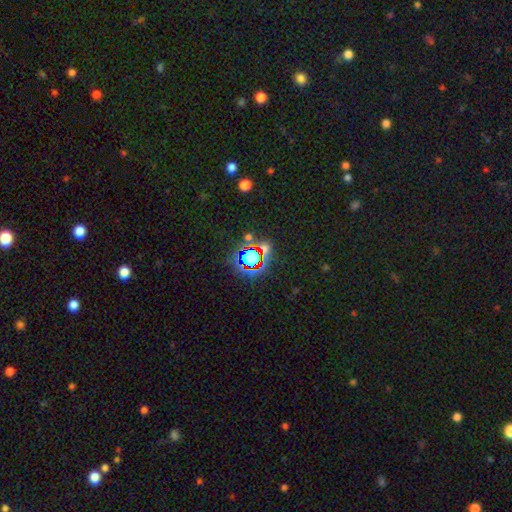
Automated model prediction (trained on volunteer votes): Smooth or featured?
  - star or artifact: 62% *
  - smooth: 28%
  - featured or disk: 11%